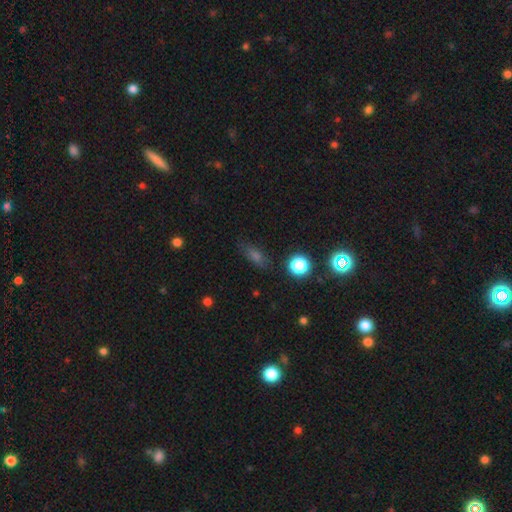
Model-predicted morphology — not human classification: Smooth or featured?
  - smooth: 60% *
  - star or artifact: 26%
  - featured or disk: 14%
How rounded?
  - in between: 61% *
  - cigar-shaped: 23%
  - round: 17%
Merging?
  - none: 80% *
  - minor disturbance: 13%
  - major disturbance: 4%
  - merger: 2%